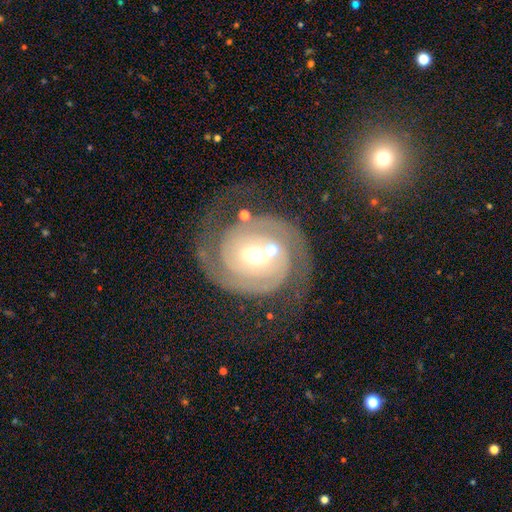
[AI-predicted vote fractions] Smooth or featured? Predicted: featured or disk (p=0.89). Edge-on disk? Predicted: no (p=0.98). Bar? Predicted: no (p=0.51). Spiral arms? Predicted: yes (p=0.97). Spiral winding? Predicted: tight (p=0.61). Spiral arm count? Predicted: 2 (p=0.86). Bulge size? Predicted: moderate (p=0.67). Merging? Predicted: none (p=0.62).